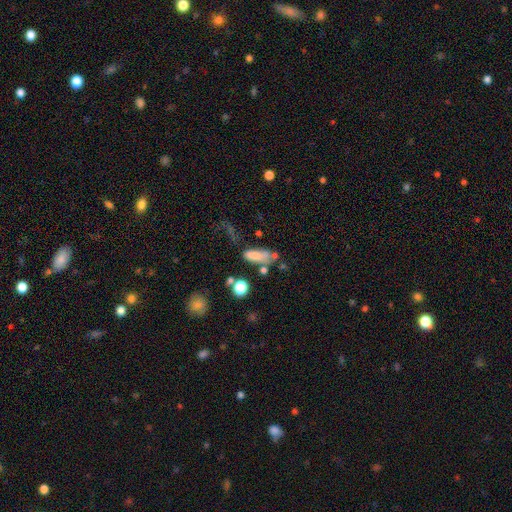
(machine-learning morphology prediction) Smooth or featured? Predicted: smooth (p=0.69). How rounded? Predicted: in between (p=0.71). Merging? Predicted: none (p=0.36).